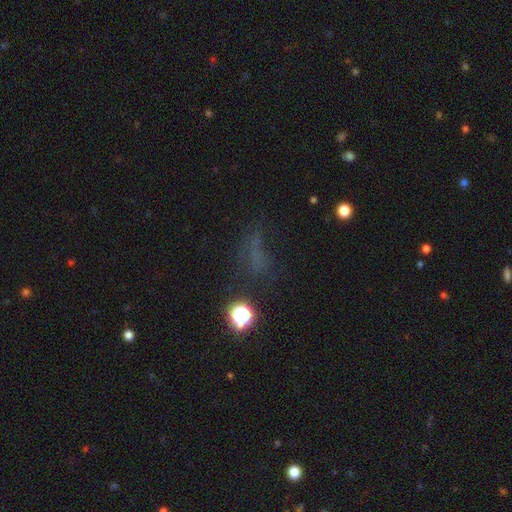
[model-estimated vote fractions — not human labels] A star or artifact, not a galaxy (43%).

Vote fractions:
- Smooth or featured? star or artifact: 43% / smooth: 40% / featured or disk: 17%